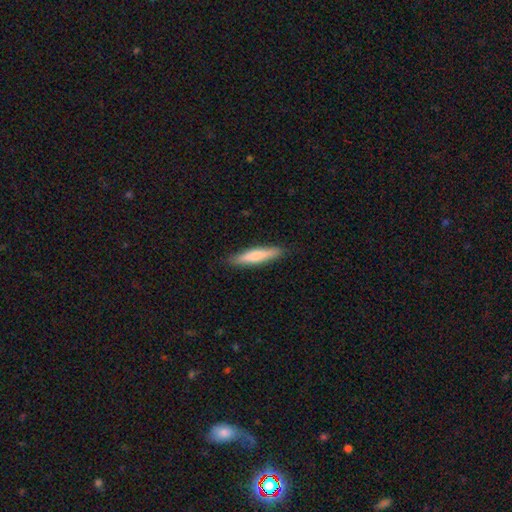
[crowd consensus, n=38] Smooth or featured: smooth — 58% (featured or disk — 37%)
How rounded: cigar-shaped — 77% (in between — 23%)
Merging: none — 86% (minor disturbance — 11%)